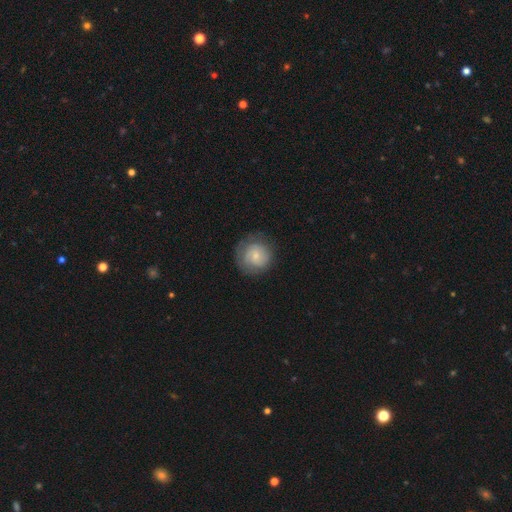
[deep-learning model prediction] Morphology: type=smooth (55%); roundness=round (91%); merging=none (75%).